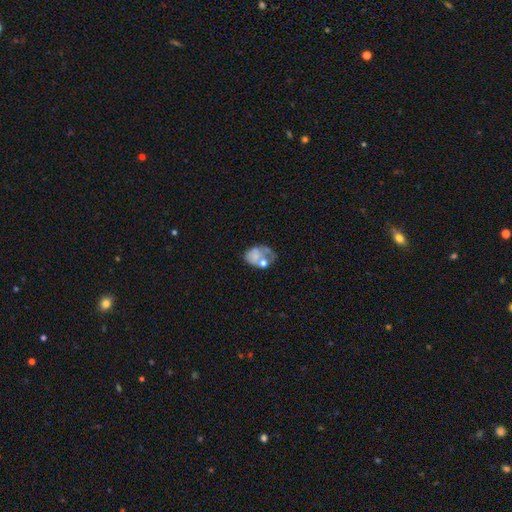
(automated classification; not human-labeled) Morphology: type=smooth (49%); merging=merger (30%).